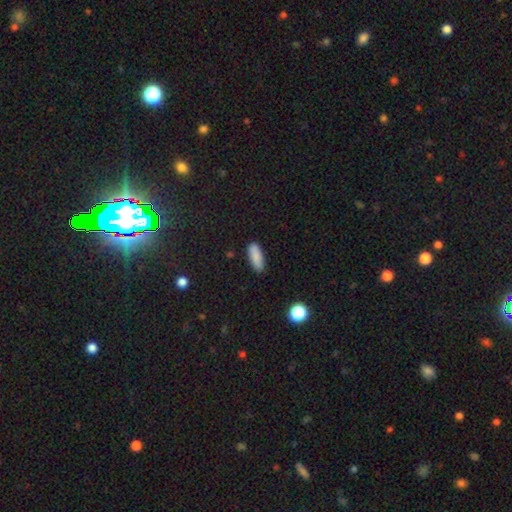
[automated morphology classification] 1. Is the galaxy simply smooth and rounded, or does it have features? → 85% smooth, 7% star or artifact, 7% featured or disk.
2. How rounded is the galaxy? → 74% in between, 24% cigar-shaped, 2% round.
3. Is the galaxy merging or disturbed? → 85% none, 11% minor disturbance, 2% major disturbance, 2% merger.